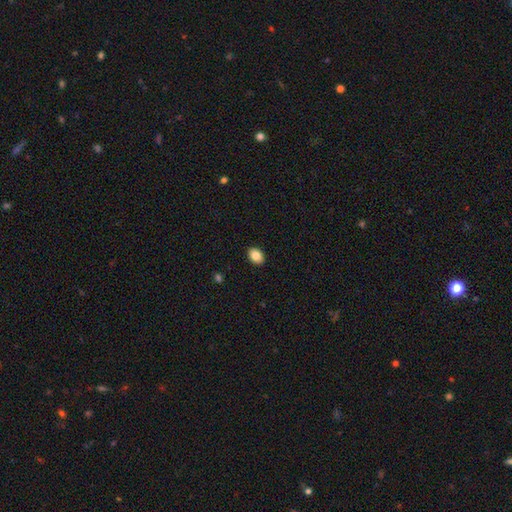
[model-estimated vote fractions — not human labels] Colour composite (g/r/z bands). It shows a smooth galaxy with no disk features (84%) that is in between round and cigar-shaped (74%). Merging: none (91%).